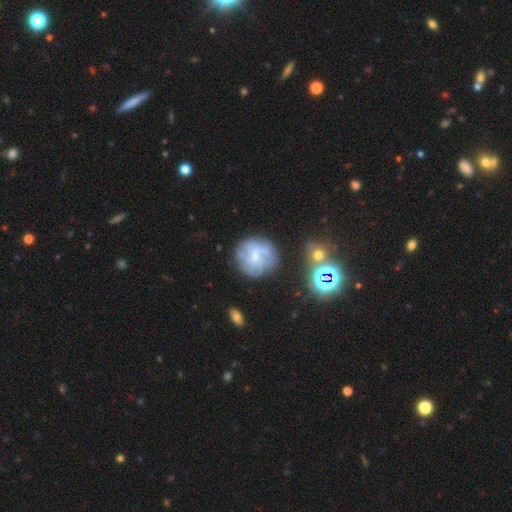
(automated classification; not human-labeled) Smooth or featured? Predicted: featured or disk (p=0.53). Edge-on disk? Predicted: no (p=0.97). Bar? Predicted: weak (p=0.45). Spiral arms? Predicted: yes (p=0.59). Bulge size? Predicted: small (p=0.57). Merging? Predicted: none (p=0.66).